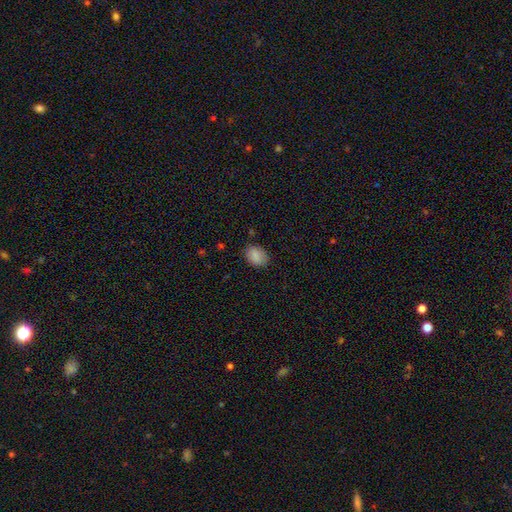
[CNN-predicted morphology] Smooth or featured: smooth — 87% (star or artifact — 8%)
How rounded: in between — 63% (round — 35%)
Merging: none — 80% (minor disturbance — 16%)